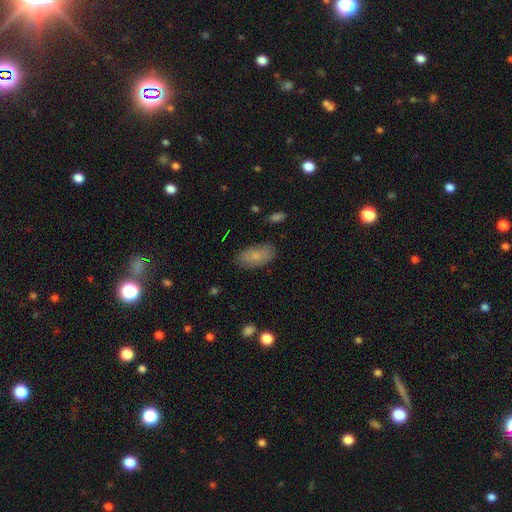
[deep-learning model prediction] smooth_or_featured: smooth (p=0.79) [alt: featured or disk p=0.13]
how_rounded: in between (p=0.93) [alt: cigar-shaped p=0.04]
merging: none (p=0.83) [alt: minor disturbance p=0.13]